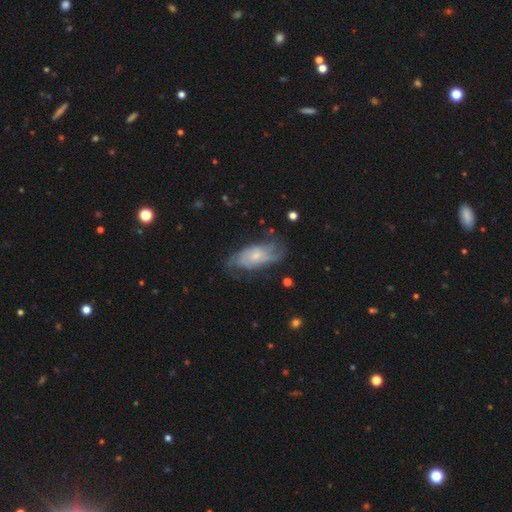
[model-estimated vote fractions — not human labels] This appears to be a featured or disk galaxy (69%) with no bar (73%), 2 (43%) medium (40%) spiral arms (86%) and a small central bulge (63%). Merging: none (60%).